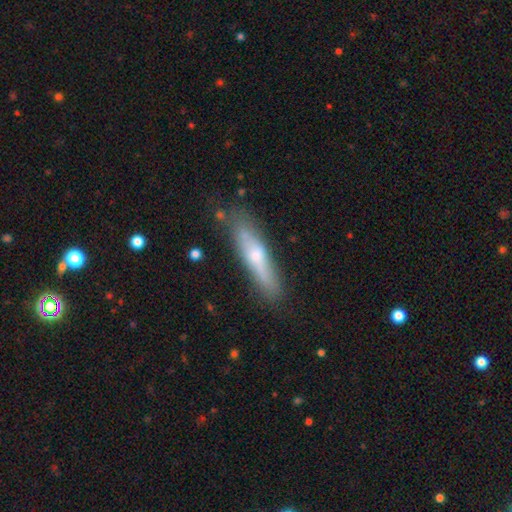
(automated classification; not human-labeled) Smooth or featured: smooth — 51% (featured or disk — 42%)
How rounded: cigar-shaped — 84% (in between — 14%)
Merging: none — 77% (minor disturbance — 16%)